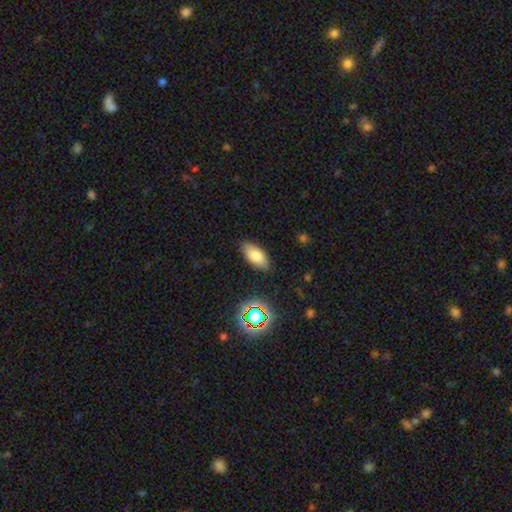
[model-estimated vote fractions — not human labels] Morphology: type=smooth (77%); roundness=in between (89%); merging=none (85%).